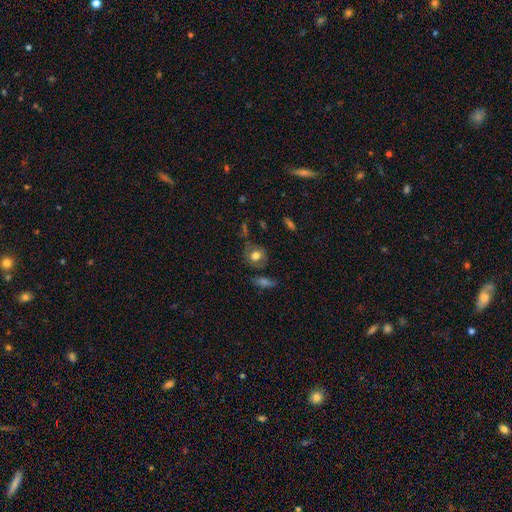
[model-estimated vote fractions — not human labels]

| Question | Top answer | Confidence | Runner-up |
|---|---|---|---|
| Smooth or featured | smooth | 68% | featured or disk (22%) |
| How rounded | round | 72% | in between (27%) |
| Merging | none | 70% | minor disturbance (17%) |